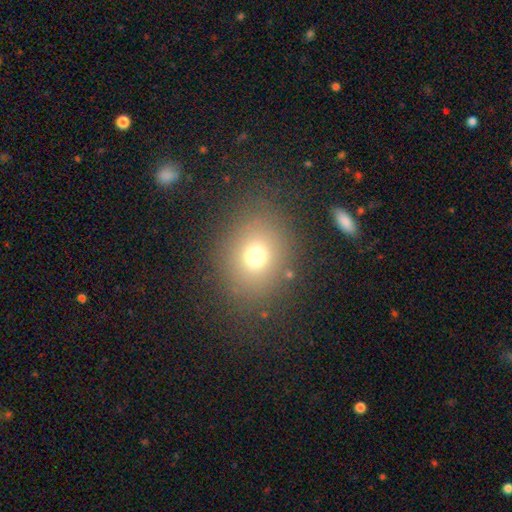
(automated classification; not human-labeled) This appears to be a smooth galaxy with no disk features (71%) that is round (63%). Merging: none (82%).